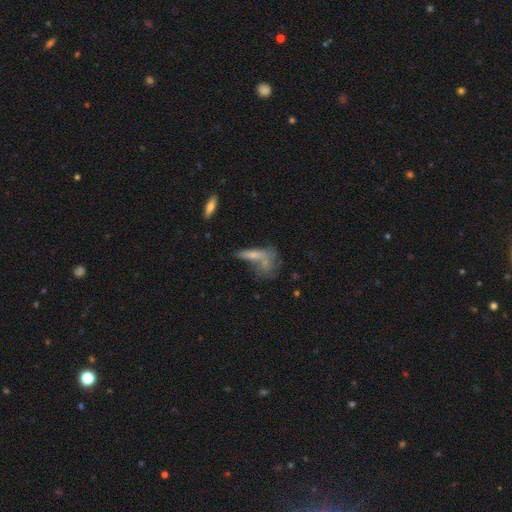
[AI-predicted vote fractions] Overall: smooth (51%; featured or disk 35%). How rounded: cigar-shaped (47%; in between 44%). Merging: none (36%; merger 34%).